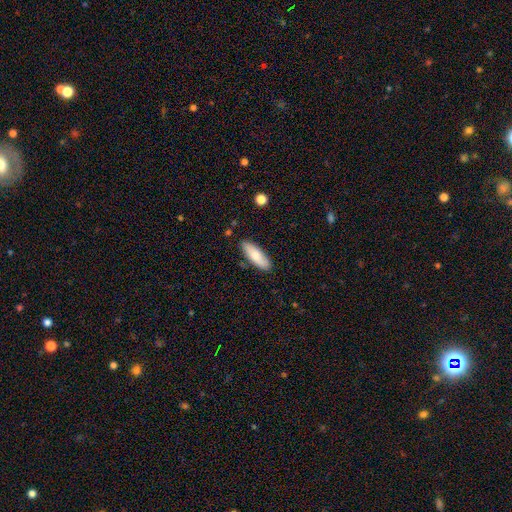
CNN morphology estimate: A smooth galaxy with no disk features (78%) that is in between round and cigar-shaped (62%). Merging: none (84%).